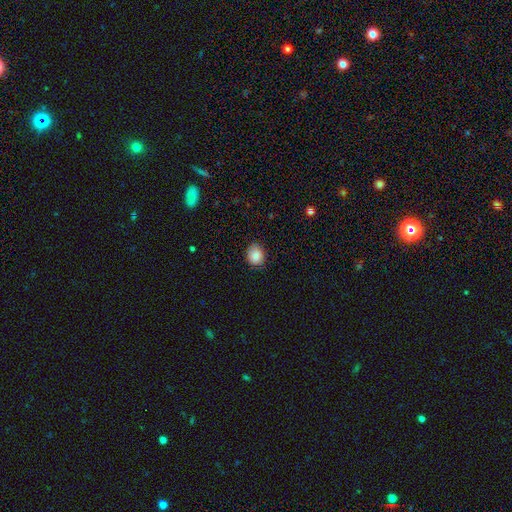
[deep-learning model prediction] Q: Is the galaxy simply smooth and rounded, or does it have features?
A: smooth — 86%.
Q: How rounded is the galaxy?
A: round — 58%.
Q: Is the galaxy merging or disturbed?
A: none — 76%.